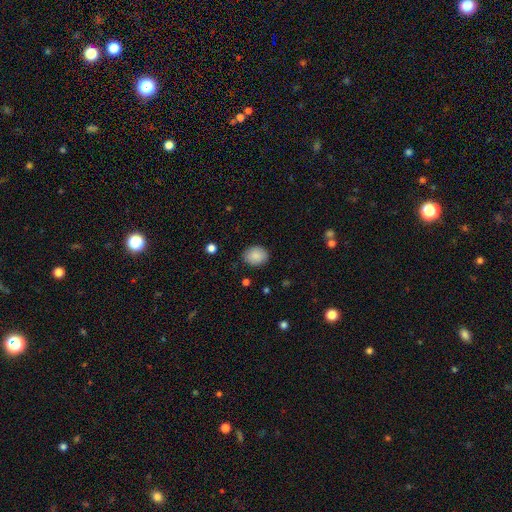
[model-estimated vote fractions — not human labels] Q: Smooth or featured?
A: smooth (87%); runner-up: star or artifact (8%)
Q: How rounded?
A: round (56%); runner-up: in between (44%)
Q: Merging?
A: none (85%); runner-up: minor disturbance (11%)